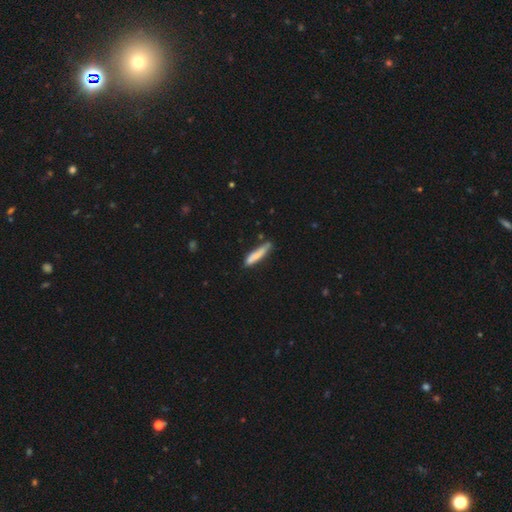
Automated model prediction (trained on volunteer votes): The model was most divided on "merging": none: 62%, minor disturbance: 26%, merger: 6%, major disturbance: 6%. More confident: how rounded — cigar-shaped (86%); smooth or featured — smooth (76%).